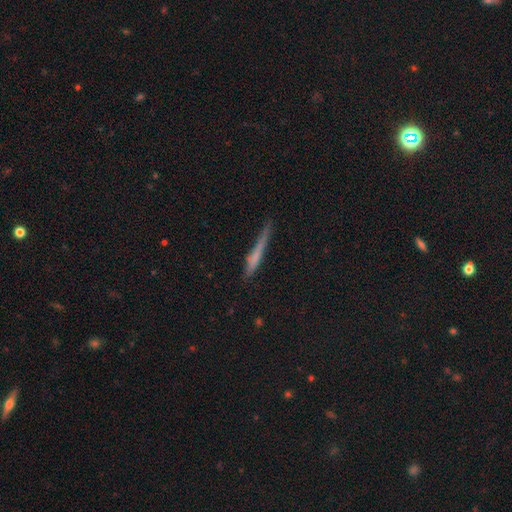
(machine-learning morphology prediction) Smooth or featured: smooth — 58% (featured or disk — 34%)
How rounded: cigar-shaped — 95% (in between — 4%)
Merging: none — 64% (minor disturbance — 26%)